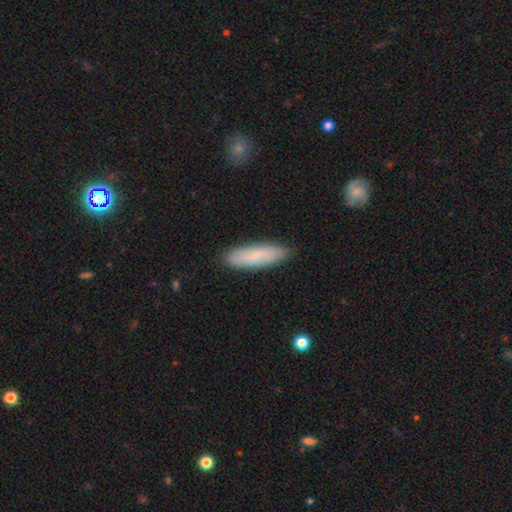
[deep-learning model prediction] Smooth or featured? Predicted: smooth (p=0.63). How rounded? Predicted: cigar-shaped (p=0.51). Merging? Predicted: none (p=0.87).